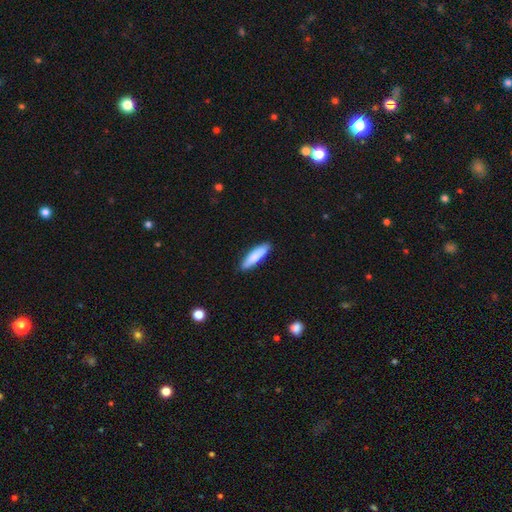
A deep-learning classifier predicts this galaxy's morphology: Smooth or featured? smooth (84%)
How rounded? cigar-shaped (79%)
Merging? none (88%)